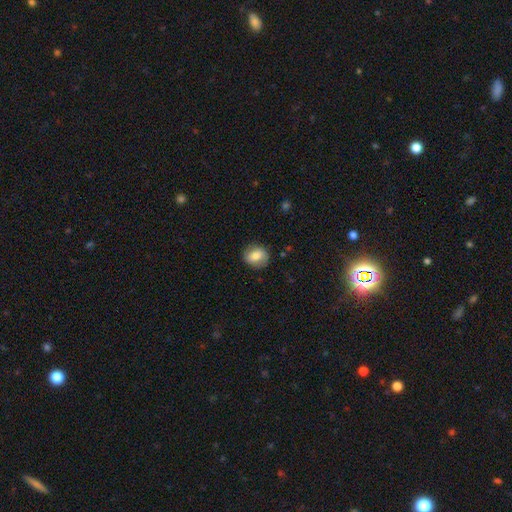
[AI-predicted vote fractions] This appears to be a smooth galaxy with no disk features (71%) that is round (61%). Merging: none (81%).